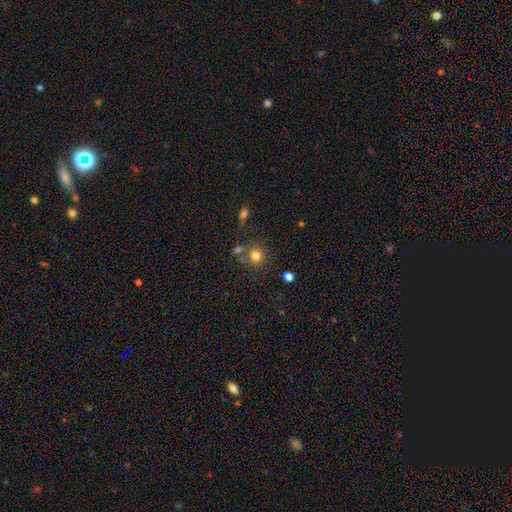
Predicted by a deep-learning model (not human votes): smooth-or-featured: smooth: 80% | star or artifact: 13% | featured or disk: 7%
  how-rounded: round: 88% | in between: 11% | cigar-shaped: 1%
  merging: none: 67% | merger: 16% | minor disturbance: 12% | major disturbance: 5%